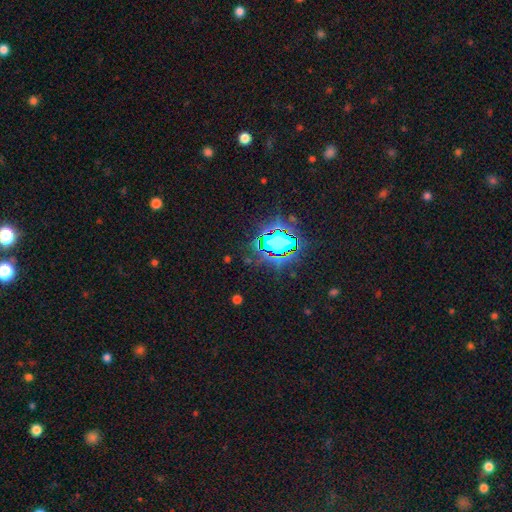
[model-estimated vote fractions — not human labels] Smooth or featured? star or artifact (80%)